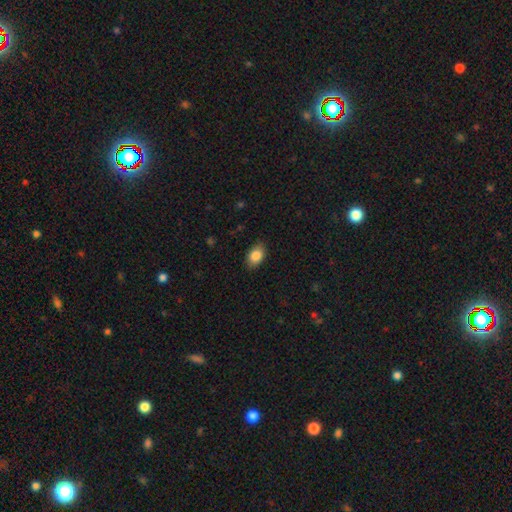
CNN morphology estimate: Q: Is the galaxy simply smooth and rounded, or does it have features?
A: smooth — 86%.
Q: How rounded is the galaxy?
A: in between — 86%.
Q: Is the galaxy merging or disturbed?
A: none — 85%.